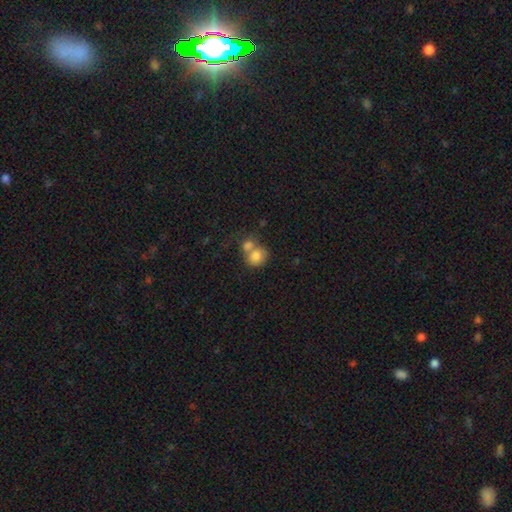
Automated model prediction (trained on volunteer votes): smooth_or_featured: smooth (p=0.79) [alt: featured or disk p=0.12]
how_rounded: round (p=0.70) [alt: in between p=0.29]
merging: merger (p=0.56) [alt: none p=0.31]